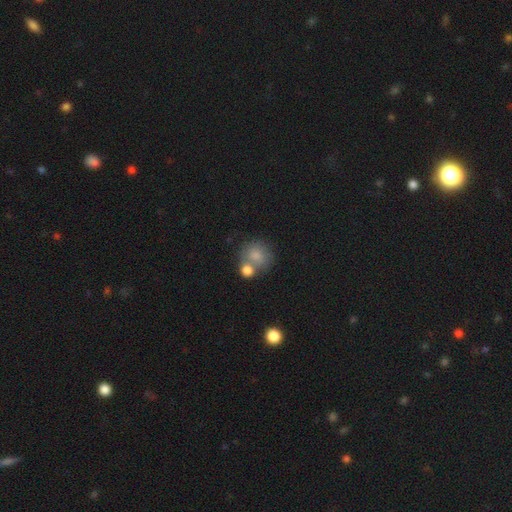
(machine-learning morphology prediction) smooth_or_featured: smooth (p=0.77) [alt: featured or disk p=0.14]
how_rounded: round (p=0.81) [alt: in between p=0.18]
merging: merger (p=0.42) [alt: none p=0.39]